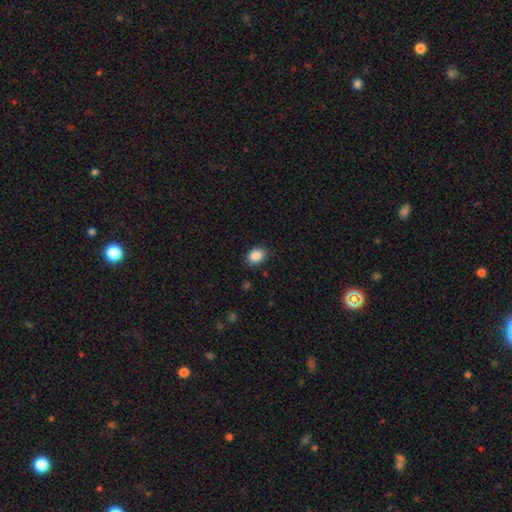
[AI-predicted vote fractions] Smooth or featured? Predicted: smooth (p=0.88). How rounded? Predicted: in between (p=0.71). Merging? Predicted: none (p=0.82).